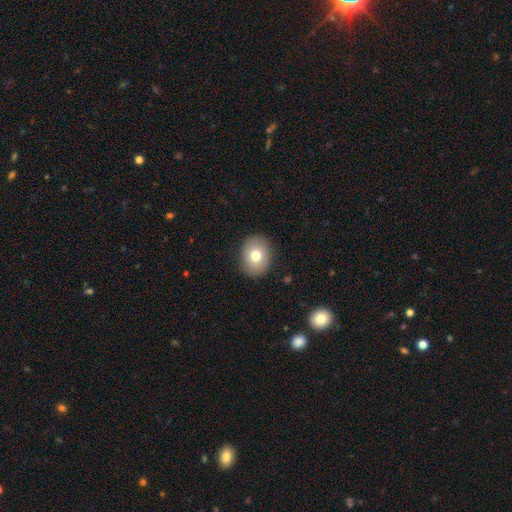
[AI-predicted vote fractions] A smooth galaxy with no disk features (74%) that is round (53%).

Vote fractions:
- Smooth or featured? smooth: 74% / featured or disk: 16% / star or artifact: 10%
- How rounded? round: 53% / in between: 46% / cigar-shaped: 1%
- Merging? none: 88% / minor disturbance: 8% / major disturbance: 3% / merger: 1%